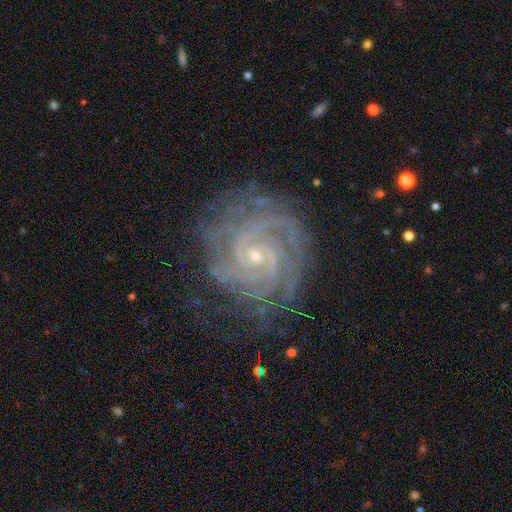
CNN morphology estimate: smooth_or_featured: featured or disk (p=0.92) [alt: star or artifact p=0.05]
disk_edge_on: no (p=0.98) [alt: yes p=0.02]
bar: no (p=0.63) [alt: weak p=0.27]
has_spiral_arms: yes (p=0.99) [alt: no p=0.01]
spiral_winding: tight (p=0.80) [alt: medium p=0.18]
spiral_arm_count: 2 (p=0.28) [alt: 3 p=0.22]
bulge_size: small (p=0.82) [alt: moderate p=0.15]
merging: none (p=0.75) [alt: minor disturbance p=0.17]